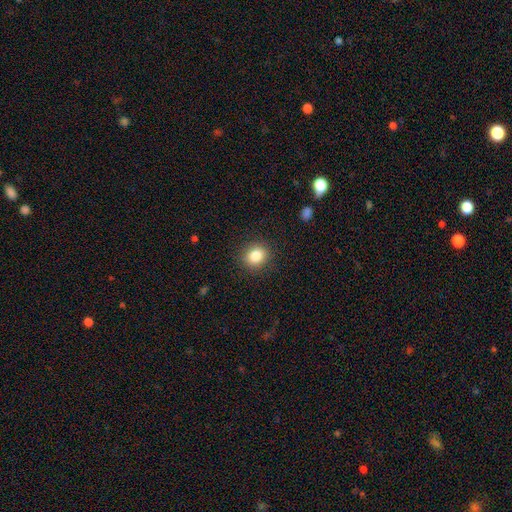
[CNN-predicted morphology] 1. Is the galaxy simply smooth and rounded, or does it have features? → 84% smooth, 10% star or artifact, 6% featured or disk.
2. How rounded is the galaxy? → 77% round, 22% in between, 1% cigar-shaped.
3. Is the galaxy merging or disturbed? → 89% none, 7% minor disturbance, 3% major disturbance, 1% merger.